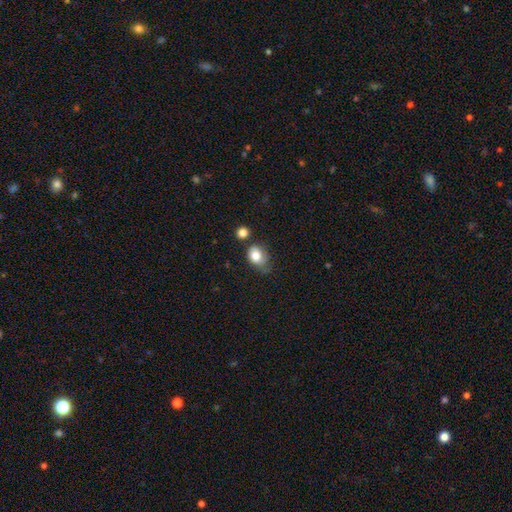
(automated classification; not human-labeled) A smooth galaxy with no disk features (80%) that is in between round and cigar-shaped (62%). Merging: none (42%).